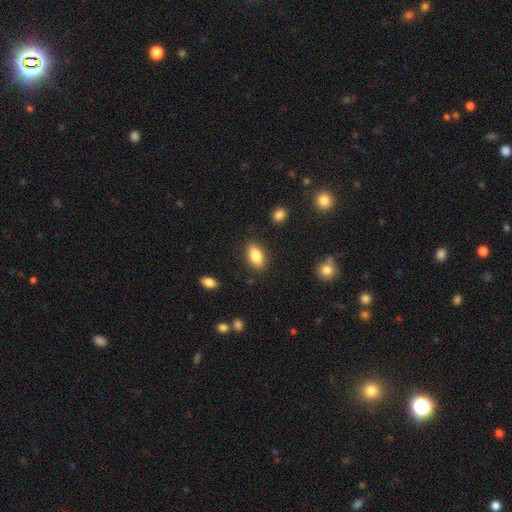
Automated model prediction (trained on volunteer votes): Smooth or featured?
  - smooth: 84% *
  - featured or disk: 9%
  - star or artifact: 7%
How rounded?
  - in between: 90% *
  - cigar-shaped: 6%
  - round: 5%
Merging?
  - none: 87% *
  - minor disturbance: 9%
  - major disturbance: 2%
  - merger: 2%